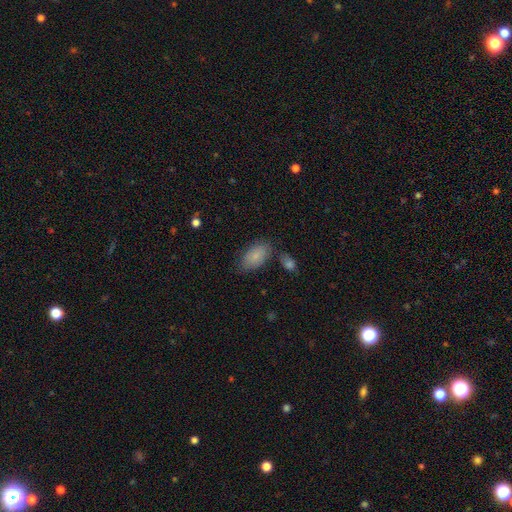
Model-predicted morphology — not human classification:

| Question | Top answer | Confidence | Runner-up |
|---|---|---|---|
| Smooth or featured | smooth | 83% | featured or disk (10%) |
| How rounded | in between | 94% | round (4%) |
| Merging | none | 66% | minor disturbance (19%) |